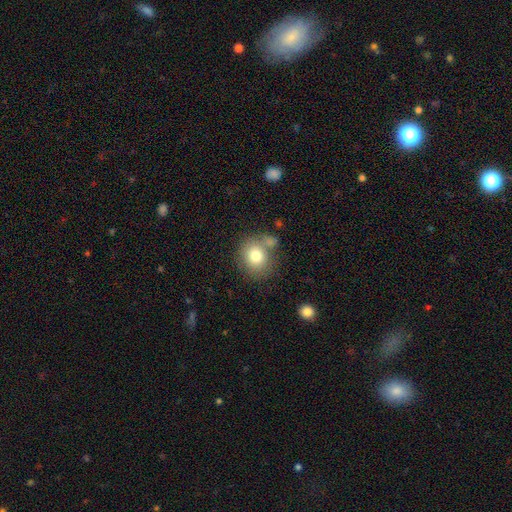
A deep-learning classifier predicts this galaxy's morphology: This appears to be a smooth galaxy with no disk features (78%) that is round (74%). Merging: none (59%).